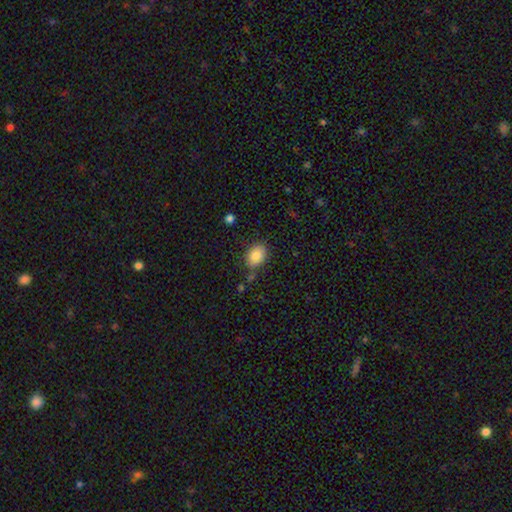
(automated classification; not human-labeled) smooth 85%, star or artifact 9%, featured or disk 7%. Down the decision tree: how rounded — in between (65%); merging — none (76%).